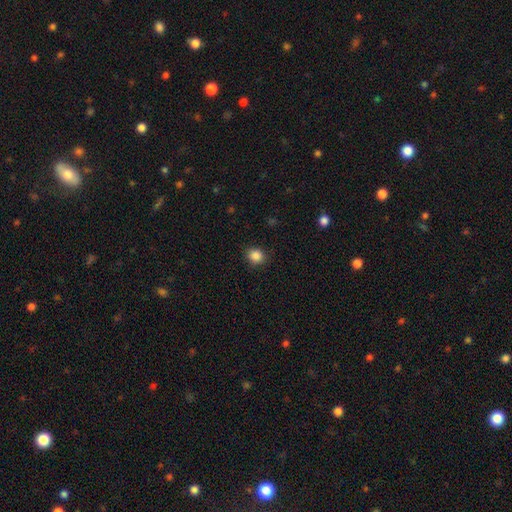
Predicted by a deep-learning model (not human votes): Morphology: type=smooth (86%); roundness=round (77%); merging=none (88%).